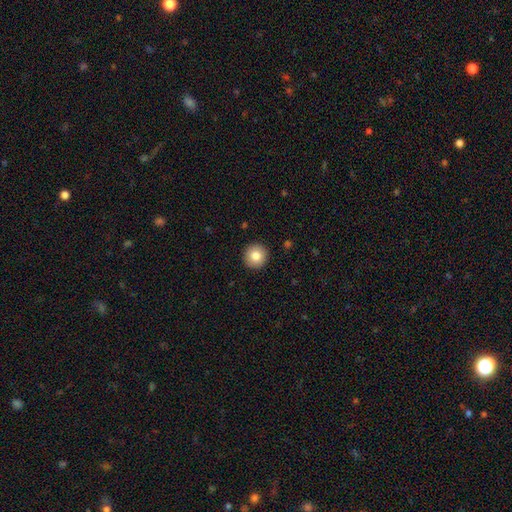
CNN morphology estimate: A smooth galaxy with no disk features (83%) that is round (96%).

Vote fractions:
- Smooth or featured? smooth: 83% / star or artifact: 9% / featured or disk: 9%
- How rounded? round: 96% / in between: 3% / cigar-shaped: 1%
- Merging? none: 93% / minor disturbance: 5% / major disturbance: 1% / merger: 1%